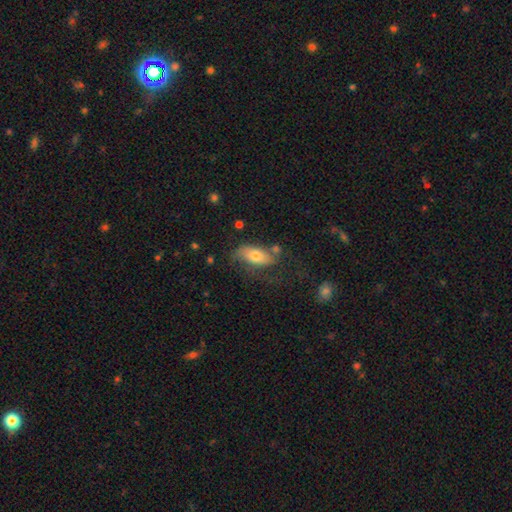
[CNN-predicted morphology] Smooth or featured?
  - smooth: 62% *
  - featured or disk: 30%
  - star or artifact: 7%
How rounded?
  - in between: 86% *
  - cigar-shaped: 10%
  - round: 4%
Merging?
  - none: 45% *
  - minor disturbance: 26%
  - major disturbance: 21%
  - merger: 7%